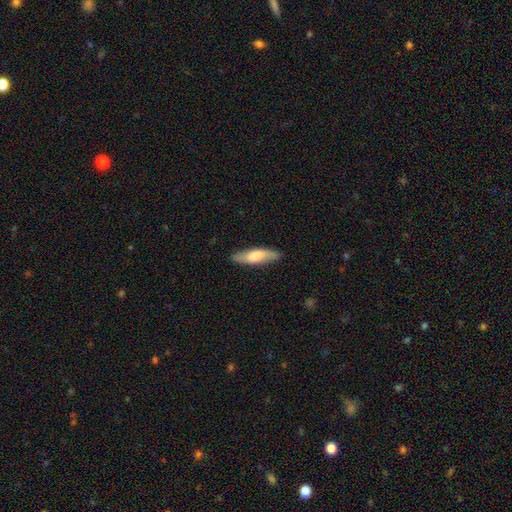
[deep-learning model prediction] smooth_or_featured: smooth (p=0.68) [alt: featured or disk p=0.26]
how_rounded: cigar-shaped (p=0.66) [alt: in between p=0.33]
merging: none (p=0.86) [alt: minor disturbance p=0.11]